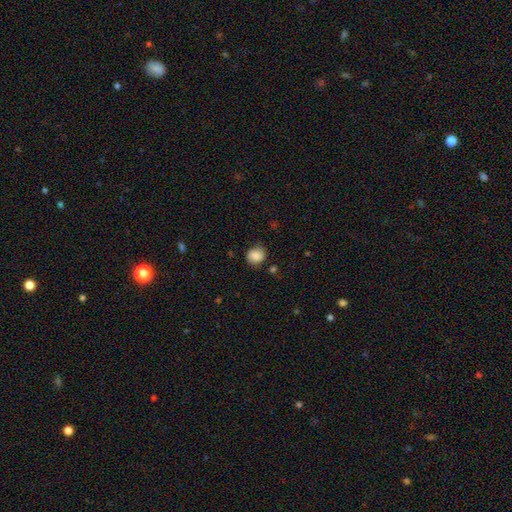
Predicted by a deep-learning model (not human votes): Overall: smooth (84%). How rounded: round (76%). Merging: none (79%).